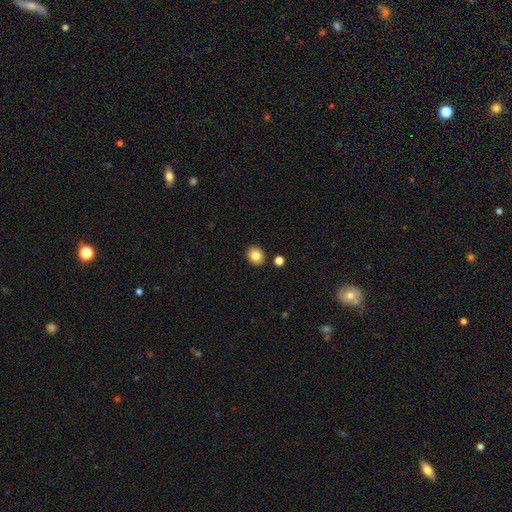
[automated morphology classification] Smooth or featured?
  - smooth: 83% *
  - star or artifact: 10%
  - featured or disk: 7%
How rounded?
  - round: 62% *
  - in between: 37%
  - cigar-shaped: 1%
Merging?
  - none: 88% *
  - minor disturbance: 7%
  - merger: 4%
  - major disturbance: 2%